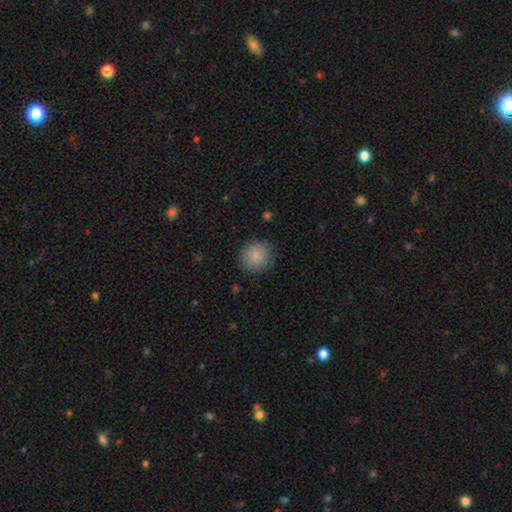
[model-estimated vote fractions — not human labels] This is clearly a smooth galaxy (86%). How rounded: clearly round (88%). Merging: clearly none (86%).